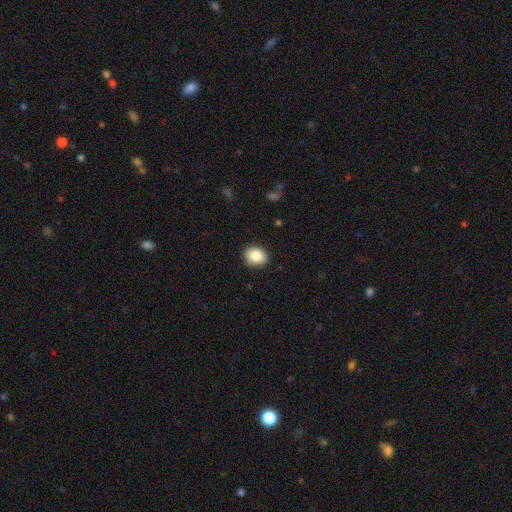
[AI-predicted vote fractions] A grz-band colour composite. It shows a smooth galaxy with no disk features (87%) that is in between round and cigar-shaped (50%). Merging: none (87%).